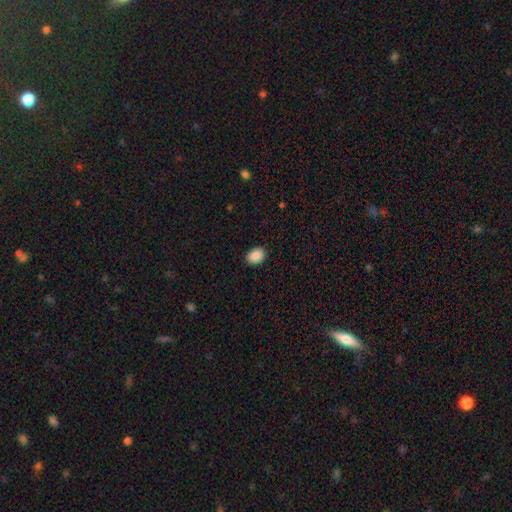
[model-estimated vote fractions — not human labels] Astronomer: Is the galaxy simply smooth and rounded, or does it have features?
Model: smooth — 89%.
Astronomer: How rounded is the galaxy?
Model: in between — 63%.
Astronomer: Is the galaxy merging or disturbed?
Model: none — 89%.